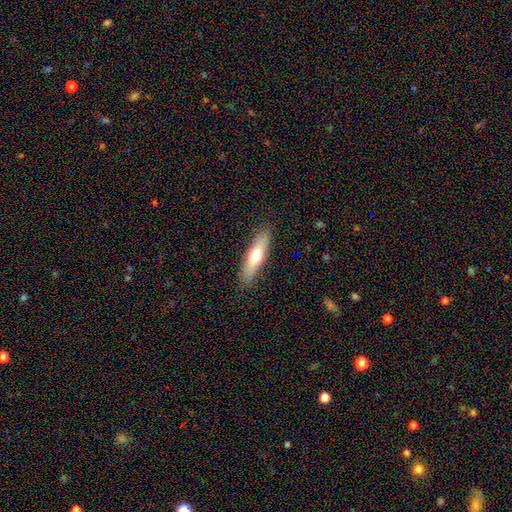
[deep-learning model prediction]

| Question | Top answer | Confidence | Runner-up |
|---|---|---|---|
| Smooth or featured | smooth | 60% | featured or disk (34%) |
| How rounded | cigar-shaped | 68% | in between (30%) |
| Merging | none | 88% | minor disturbance (9%) |